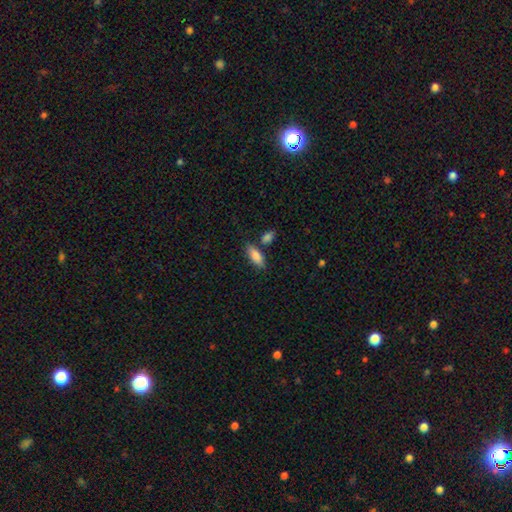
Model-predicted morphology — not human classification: smooth-or-featured: smooth: 83% | featured or disk: 11% | star or artifact: 6%
  how-rounded: in between: 71% | cigar-shaped: 27% | round: 3%
  merging: none: 72% | minor disturbance: 13% | merger: 11% | major disturbance: 3%